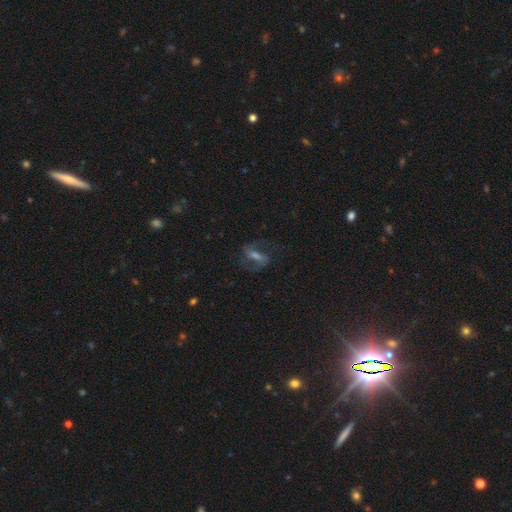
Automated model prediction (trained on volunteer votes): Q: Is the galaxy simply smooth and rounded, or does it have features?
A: featured or disk — 70%.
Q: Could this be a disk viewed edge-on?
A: no — 91%.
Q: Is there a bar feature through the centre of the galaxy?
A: strong — 53%.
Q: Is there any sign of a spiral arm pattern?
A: yes — 90%.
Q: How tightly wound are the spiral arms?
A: medium — 51%.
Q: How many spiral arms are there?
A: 2 — 89%.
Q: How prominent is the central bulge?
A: moderate — 44%.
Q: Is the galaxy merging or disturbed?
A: none — 72%.